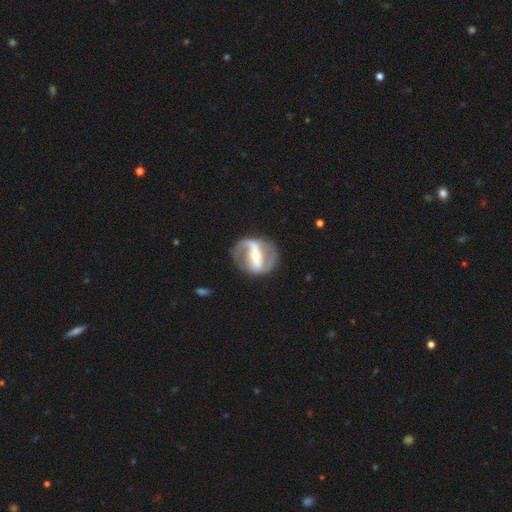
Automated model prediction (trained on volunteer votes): A featured or disk galaxy (87%) with a strong bar (68%), 2 (88%) medium (46%) spiral arms (88%) and a moderate central bulge (51%).

Vote fractions:
- Smooth or featured? featured or disk: 87% / smooth: 9% / star or artifact: 4%
- Edge-on disk? no: 96% / yes: 4%
- Bar? strong: 68% / weak: 22% / no: 10%
- Spiral arms? yes: 88% / no: 12%
- Spiral winding? medium: 46% / loose: 32% / tight: 22%
- Spiral arm count? 2: 88% / 1: 5% / can't tell: 4% / 3: 1% / 4: 1% / more than 4: 1%
- Bulge size? moderate: 51% / small: 40% / large: 5% / none: 2% / dominant: 1%
- Merging? none: 80% / minor disturbance: 12% / major disturbance: 7% / merger: 2%